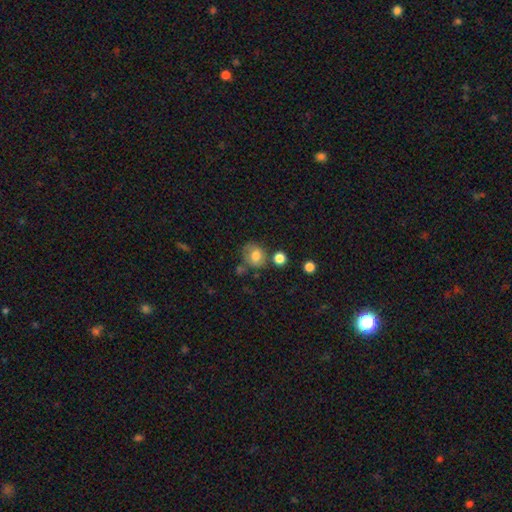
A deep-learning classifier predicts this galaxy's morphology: Overall: smooth (74%). How rounded: round (68%; in between 31%). Merging: none (58%; minor disturbance 21%).